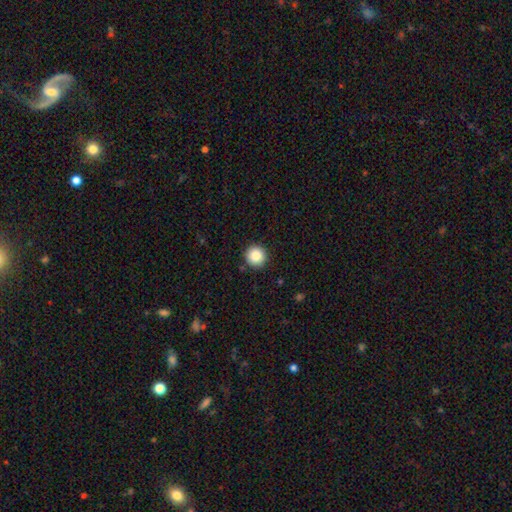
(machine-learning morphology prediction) type=smooth (86%); roundness=round (95%); merging=none (91%).